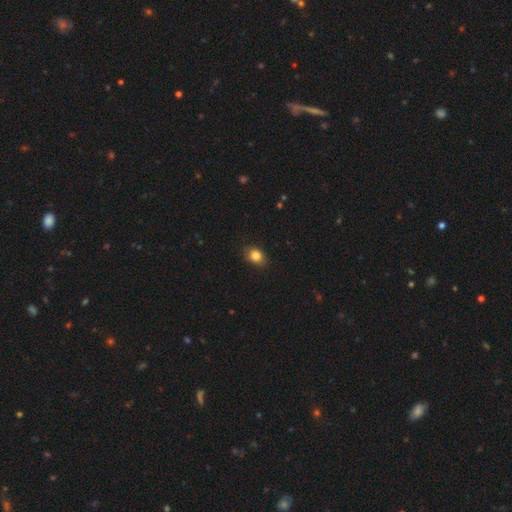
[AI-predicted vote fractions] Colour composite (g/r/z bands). It shows a smooth galaxy with no disk features (84%) that is in between round and cigar-shaped (55%). Merging: none (83%).